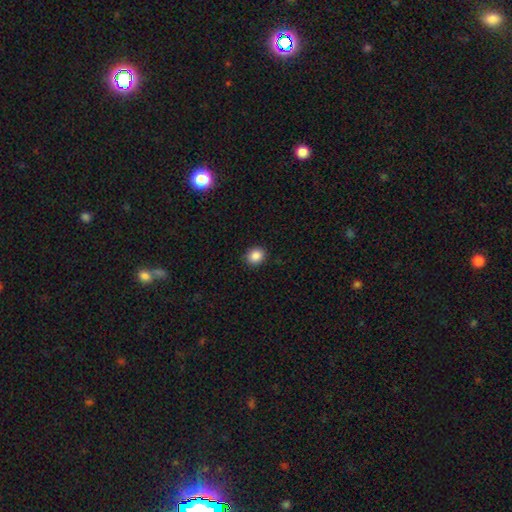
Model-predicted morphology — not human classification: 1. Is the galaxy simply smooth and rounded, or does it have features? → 87% smooth, 9% star or artifact, 3% featured or disk.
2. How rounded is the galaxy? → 69% round, 30% in between, 1% cigar-shaped.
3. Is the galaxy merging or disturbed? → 89% none, 8% minor disturbance, 2% major disturbance, 1% merger.